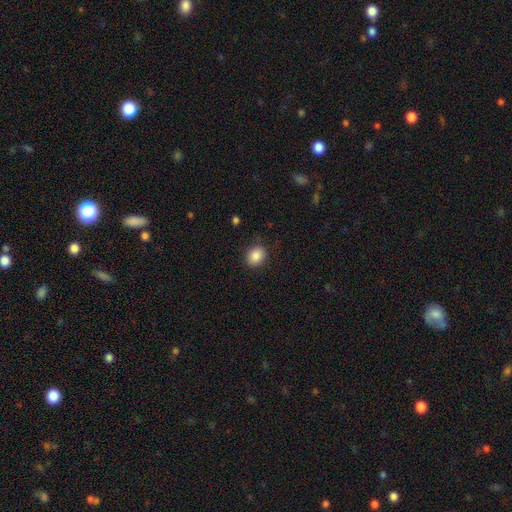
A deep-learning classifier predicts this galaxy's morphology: A smooth galaxy with no disk features (88%) that is round (53%). Merging: none (87%).